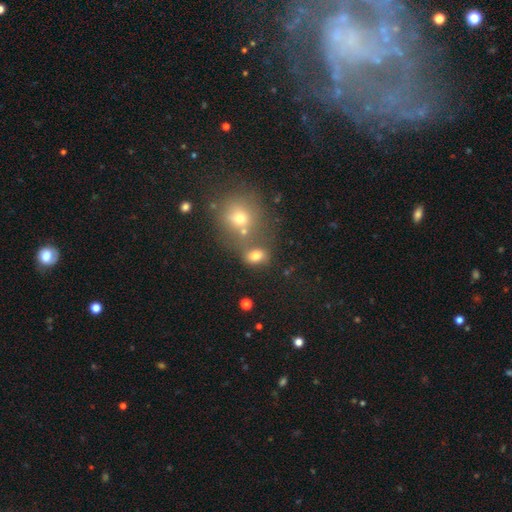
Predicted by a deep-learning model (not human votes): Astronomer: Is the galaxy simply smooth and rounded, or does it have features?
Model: smooth — 73%.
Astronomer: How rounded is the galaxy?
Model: in between — 60% (runner-up: round, 38%).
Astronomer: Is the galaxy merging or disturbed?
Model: none — 53%.